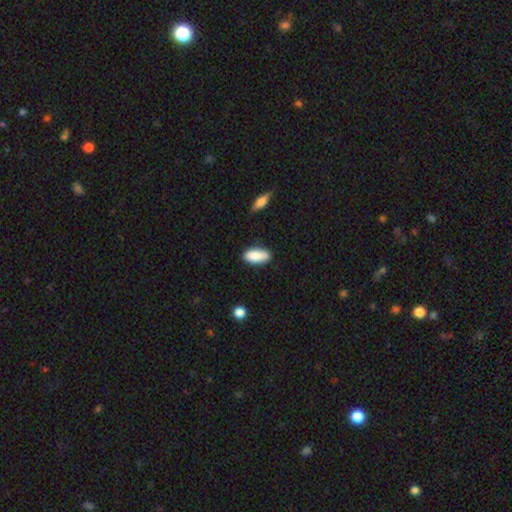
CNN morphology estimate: Smooth or featured: smooth — 88% (star or artifact — 6%)
How rounded: in between — 86% (cigar-shaped — 12%)
Merging: none — 79% (minor disturbance — 17%)